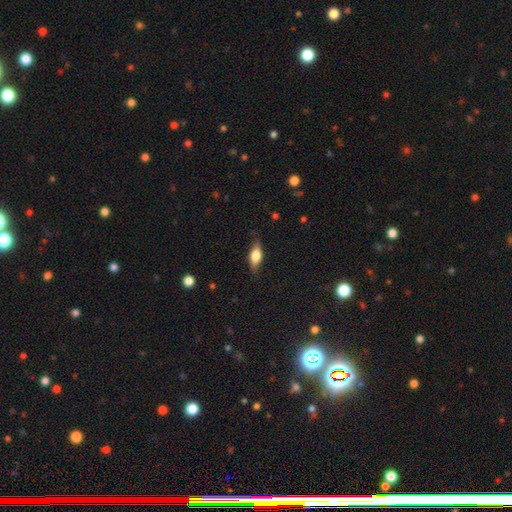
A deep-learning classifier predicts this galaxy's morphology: The model was most divided on "smooth or featured": smooth: 56%, featured or disk: 37%, star or artifact: 7%. More confident: merging — none (75%); how rounded — in between (72%).